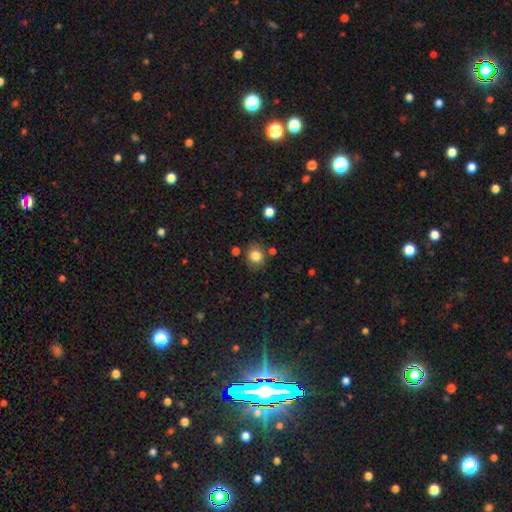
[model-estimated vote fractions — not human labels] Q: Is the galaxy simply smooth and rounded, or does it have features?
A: smooth — 83%.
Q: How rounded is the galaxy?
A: round — 75%.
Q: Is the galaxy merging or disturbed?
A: none — 79%.